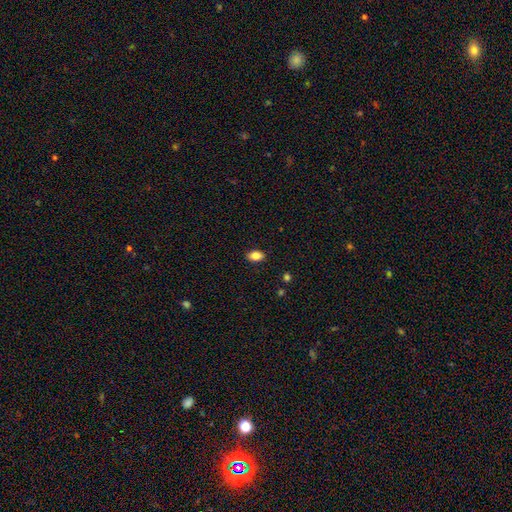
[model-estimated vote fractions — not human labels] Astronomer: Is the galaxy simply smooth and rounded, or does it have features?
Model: smooth — 84%.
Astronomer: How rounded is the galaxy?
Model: in between — 87%.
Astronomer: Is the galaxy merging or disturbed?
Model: none — 88%.